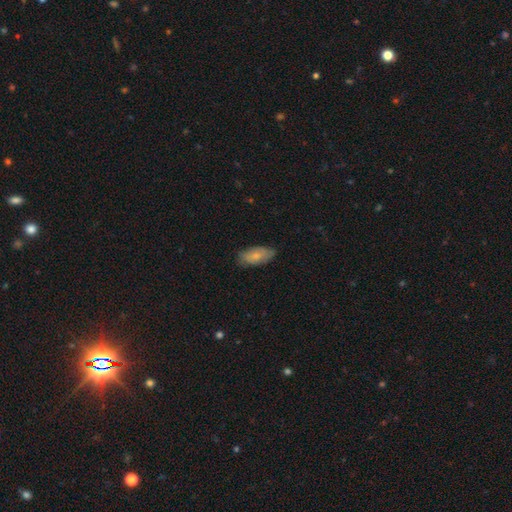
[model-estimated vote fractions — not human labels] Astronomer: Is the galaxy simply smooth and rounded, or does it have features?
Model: smooth — 72%.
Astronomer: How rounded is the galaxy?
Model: in between — 88%.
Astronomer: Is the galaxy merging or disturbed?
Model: none — 77%.